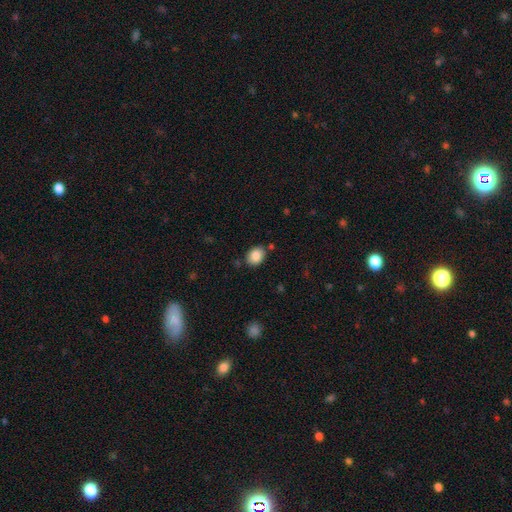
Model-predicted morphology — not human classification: The model was most divided on "how rounded": in between: 59%, round: 40%, cigar-shaped: 1%. More confident: smooth or featured — smooth (86%); merging — none (80%).